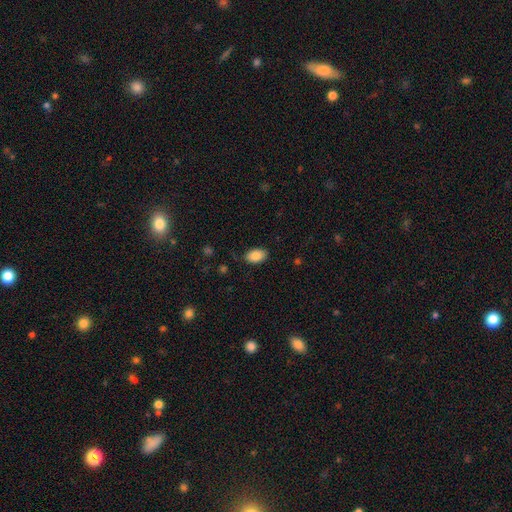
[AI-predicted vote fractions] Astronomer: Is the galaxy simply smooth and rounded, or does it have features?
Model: smooth — 88%.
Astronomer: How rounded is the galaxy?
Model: in between — 91%.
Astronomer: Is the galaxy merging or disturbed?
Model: none — 82%.